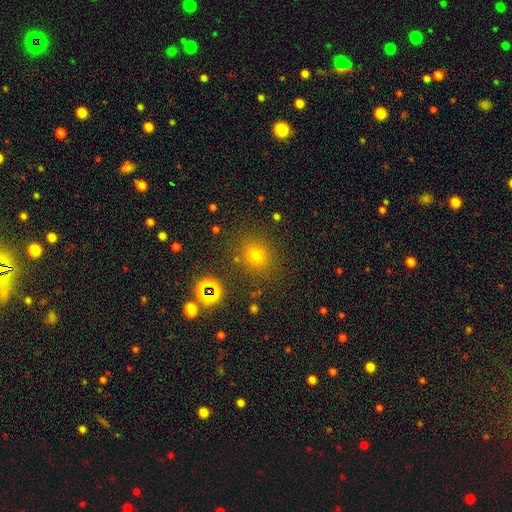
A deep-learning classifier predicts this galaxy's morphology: smooth 68%, star or artifact 24%, featured or disk 8%. Down the decision tree: how rounded — round (82%); merging — none (83%).